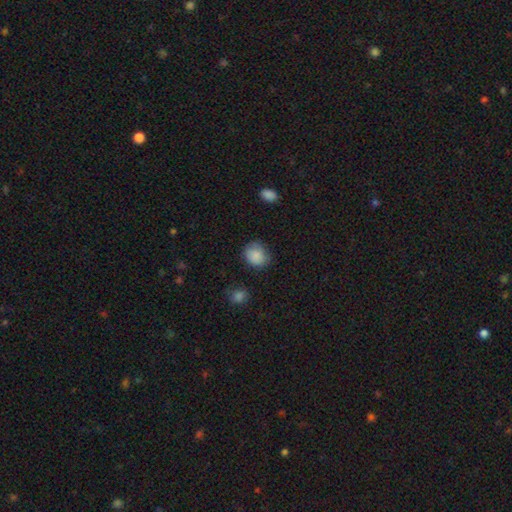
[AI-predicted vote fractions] smooth_or_featured: smooth (p=0.86) [alt: star or artifact p=0.08]
how_rounded: round (p=0.68) [alt: in between p=0.32]
merging: none (p=0.71) [alt: minor disturbance p=0.22]